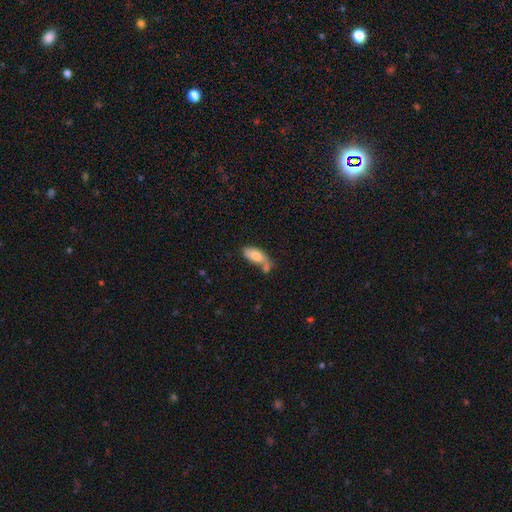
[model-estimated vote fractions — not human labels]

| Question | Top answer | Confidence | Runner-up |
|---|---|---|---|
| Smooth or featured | smooth | 74% | featured or disk (19%) |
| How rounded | in between | 85% | cigar-shaped (12%) |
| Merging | none | 39% | merger (31%) |